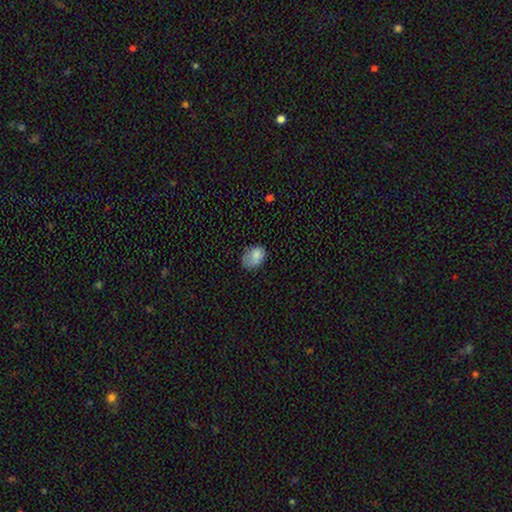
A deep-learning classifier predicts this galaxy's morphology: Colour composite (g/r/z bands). It shows a smooth galaxy with no disk features (78%) that is in between round and cigar-shaped (77%). Merging: none (52%).